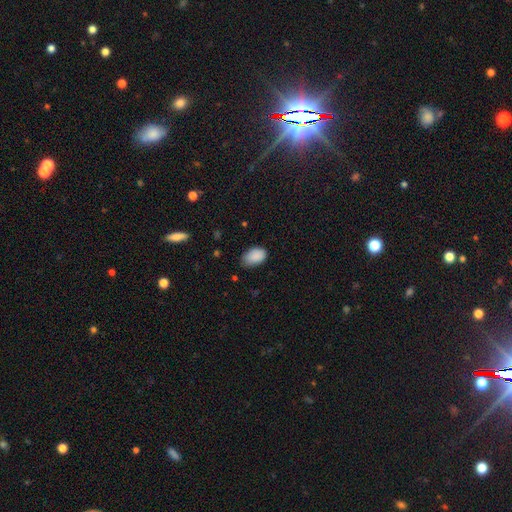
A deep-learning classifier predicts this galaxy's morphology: smooth_or_featured: smooth (p=0.88) [alt: star or artifact p=0.07]
how_rounded: in between (p=0.90) [alt: round p=0.08]
merging: none (p=0.62) [alt: minor disturbance p=0.31]